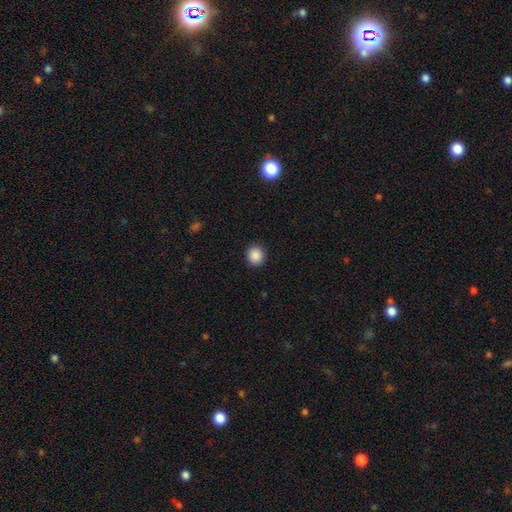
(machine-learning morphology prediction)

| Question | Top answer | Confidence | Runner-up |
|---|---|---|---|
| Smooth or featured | smooth | 88% | star or artifact (9%) |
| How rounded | round | 84% | in between (15%) |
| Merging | none | 91% | minor disturbance (6%) |